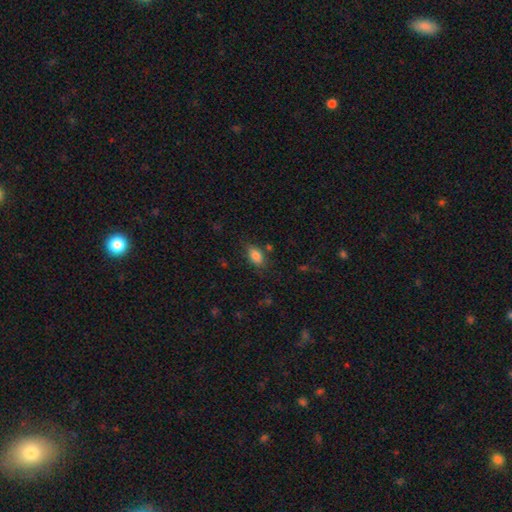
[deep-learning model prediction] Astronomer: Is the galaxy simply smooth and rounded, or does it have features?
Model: smooth — 84%.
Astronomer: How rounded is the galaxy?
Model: in between — 88%.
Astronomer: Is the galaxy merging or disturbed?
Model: none — 75%.